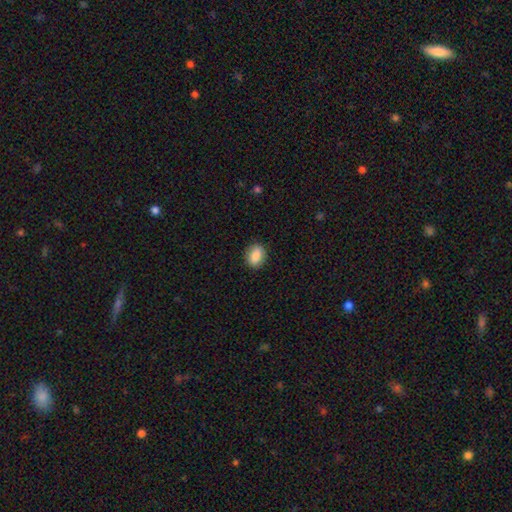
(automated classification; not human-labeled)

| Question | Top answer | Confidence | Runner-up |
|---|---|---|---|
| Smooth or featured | smooth | 86% | star or artifact (8%) |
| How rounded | in between | 63% | round (36%) |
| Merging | none | 88% | minor disturbance (9%) |